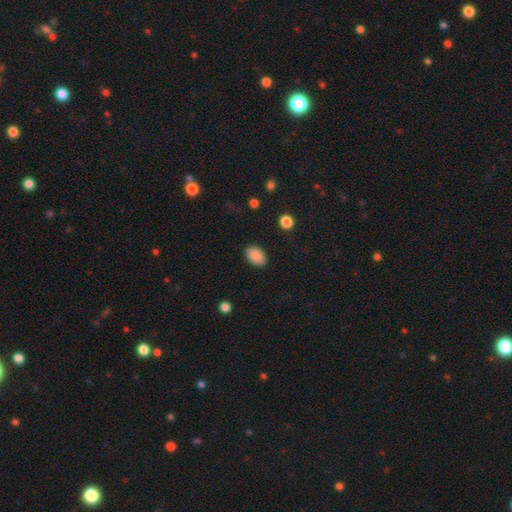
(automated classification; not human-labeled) The model was most divided on "merging": none: 89%, minor disturbance: 8%, major disturbance: 2%, merger: 1%. More confident: how rounded — in between (91%); smooth or featured — smooth (90%).